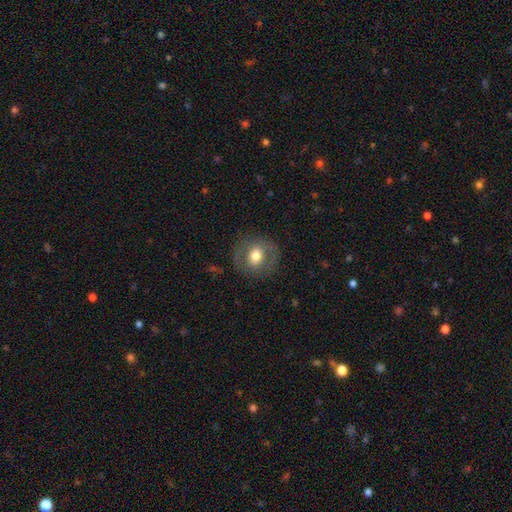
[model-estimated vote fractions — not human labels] A smooth galaxy with no disk features (57%) that is round (78%).

Vote fractions:
- Smooth or featured? smooth: 57% / featured or disk: 35% / star or artifact: 8%
- How rounded? round: 78% / in between: 21% / cigar-shaped: 1%
- Merging? none: 81% / minor disturbance: 12% / major disturbance: 6% / merger: 1%